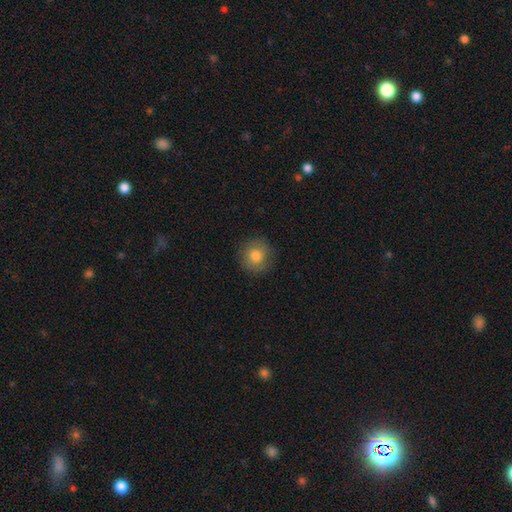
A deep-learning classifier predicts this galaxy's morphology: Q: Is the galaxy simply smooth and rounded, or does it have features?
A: smooth — 78%.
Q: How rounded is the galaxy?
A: round — 92%.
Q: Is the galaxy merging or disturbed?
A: none — 86%.